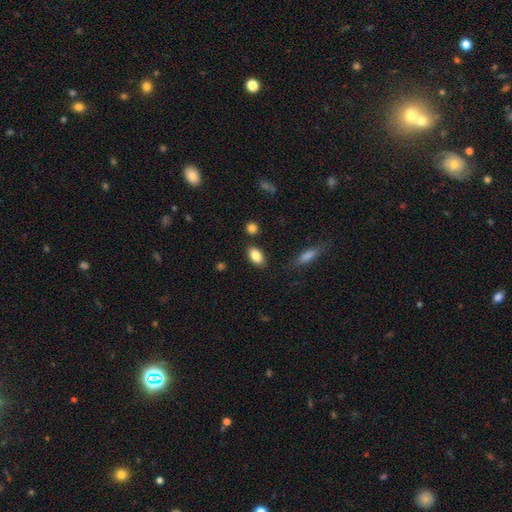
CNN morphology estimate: Smooth or featured? smooth (86%)
How rounded? in between (90%)
Merging? none (83%)